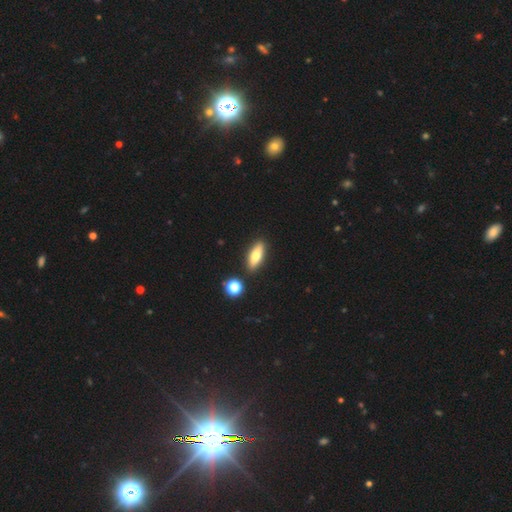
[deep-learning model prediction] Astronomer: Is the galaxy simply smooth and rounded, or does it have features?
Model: smooth — 68%.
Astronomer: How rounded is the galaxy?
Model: in between — 61%.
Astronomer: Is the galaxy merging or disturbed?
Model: none — 86%.